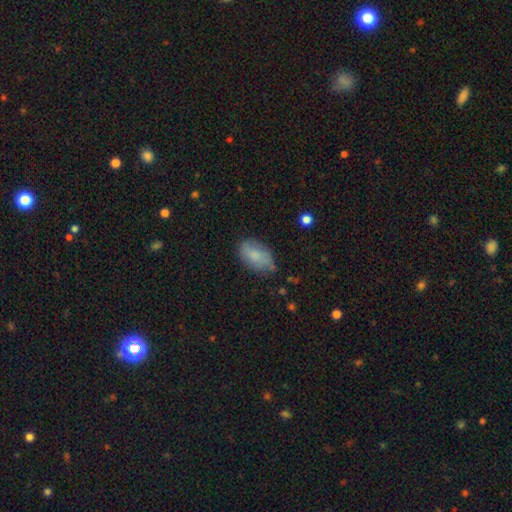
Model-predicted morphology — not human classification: type=smooth (77%); roundness=in between (92%); merging=none (67%).